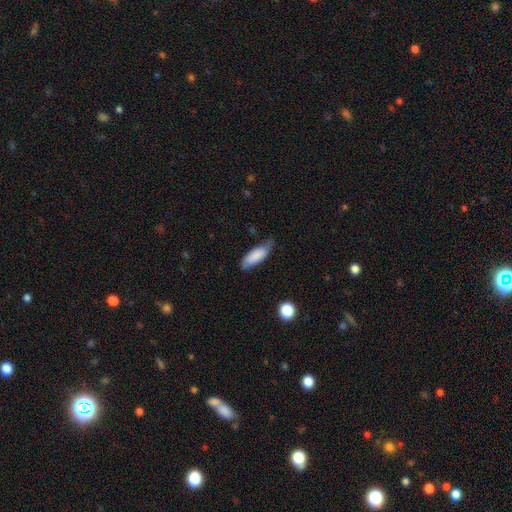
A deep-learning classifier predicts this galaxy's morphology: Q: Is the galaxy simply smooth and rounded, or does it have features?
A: smooth — 83%.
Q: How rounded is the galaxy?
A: in between — 69%.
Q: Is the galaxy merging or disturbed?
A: none — 60%.